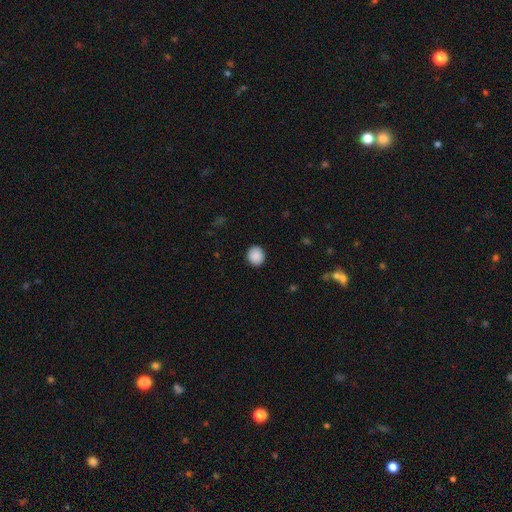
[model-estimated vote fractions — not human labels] smooth-or-featured: smooth: 90% | star or artifact: 8% | featured or disk: 2%
  how-rounded: round: 81% | in between: 18% | cigar-shaped: 1%
  merging: none: 91% | minor disturbance: 6% | major disturbance: 2% | merger: 1%